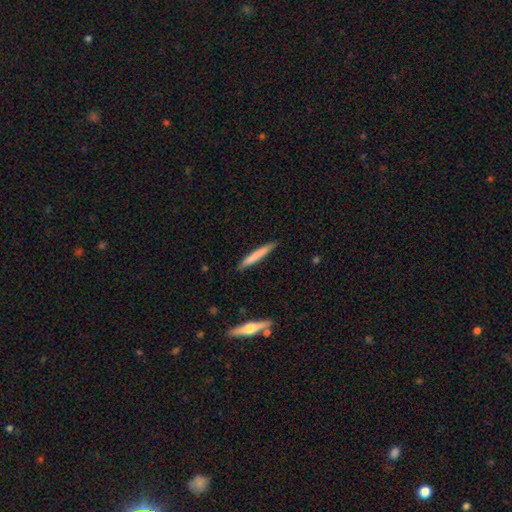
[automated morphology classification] A smooth galaxy with no disk features (73%) that is cigar-shaped (95%).

Vote fractions:
- Smooth or featured? smooth: 73% / featured or disk: 22% / star or artifact: 5%
- How rounded? cigar-shaped: 95% / in between: 4% / round: 1%
- Merging? none: 88% / minor disturbance: 9% / major disturbance: 2% / merger: 2%